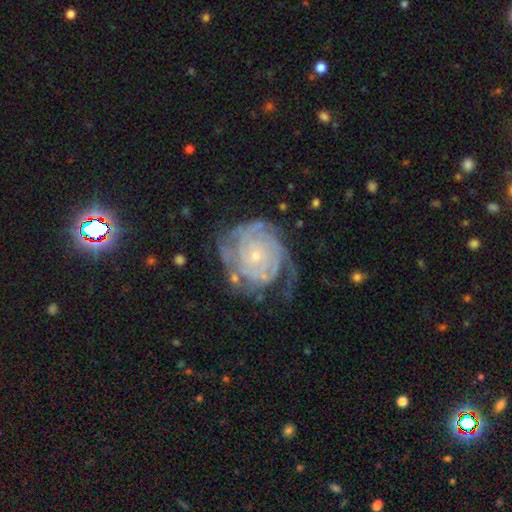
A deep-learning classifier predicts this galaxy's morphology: smooth-or-featured: featured or disk: 86% | smooth: 9% | star or artifact: 5%
  disk-edge-on: no: 98% | yes: 2%
    bar: no: 80% | weak: 16% | strong: 4%
    has-spiral-arms: yes: 94% | no: 6%
      spiral-winding: tight: 76% | medium: 19% | loose: 5%
      spiral-arm-count: can't tell: 35% | 3: 18% | 2: 17% | 4: 15% | more than 4: 8% | 1: 7%
    bulge-size: small: 80% | moderate: 16% | none: 2% | large: 1% | dominant: 1%
  merging: none: 57% | minor disturbance: 23% | major disturbance: 17% | merger: 3%